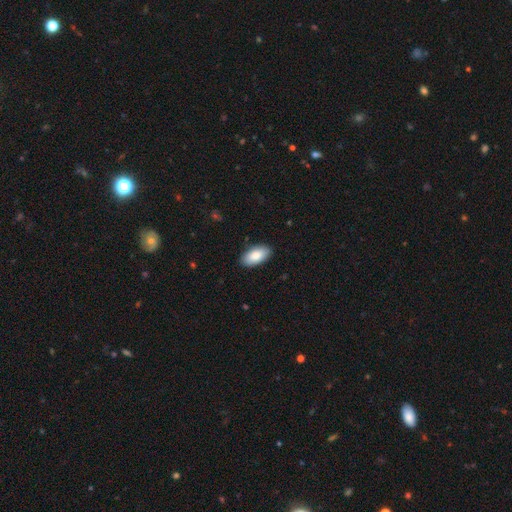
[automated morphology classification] A smooth galaxy with no disk features (85%) that is in between round and cigar-shaped (95%).

Vote fractions:
- Smooth or featured? smooth: 85% / featured or disk: 9% / star or artifact: 6%
- How rounded? in between: 95% / cigar-shaped: 3% / round: 2%
- Merging? none: 88% / minor disturbance: 9% / major disturbance: 2% / merger: 1%